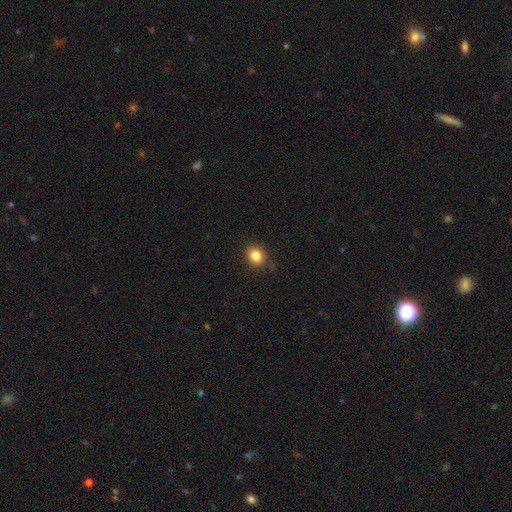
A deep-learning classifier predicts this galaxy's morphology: A smooth galaxy with no disk features (85%) that is round (66%). Merging: none (84%).